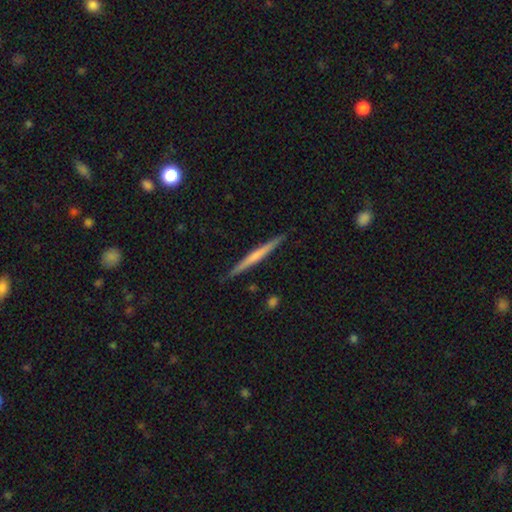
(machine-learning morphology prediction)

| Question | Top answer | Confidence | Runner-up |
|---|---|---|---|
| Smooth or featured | featured or disk | 53% | smooth (42%) |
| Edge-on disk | yes | 98% | no (2%) |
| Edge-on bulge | none | 72% | rounded (20%) |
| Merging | none | 91% | minor disturbance (7%) |